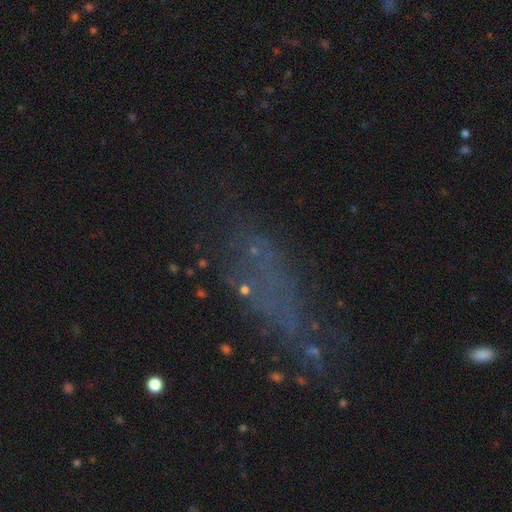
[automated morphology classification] A smooth galaxy with no disk features (37%). Merging: none (57%).